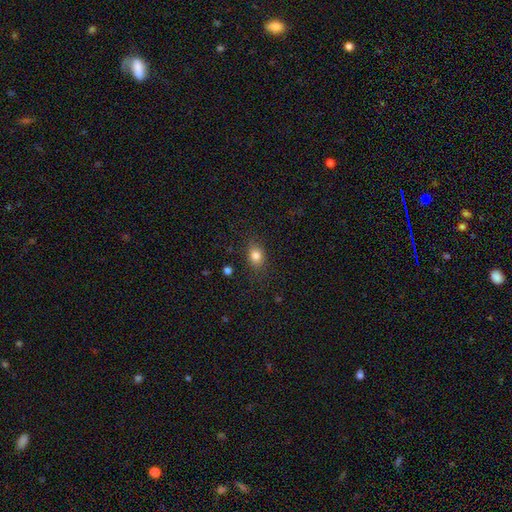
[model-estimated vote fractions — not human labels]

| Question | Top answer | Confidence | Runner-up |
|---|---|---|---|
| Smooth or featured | smooth | 82% | star or artifact (11%) |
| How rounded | in between | 59% | round (39%) |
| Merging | none | 81% | minor disturbance (13%) |